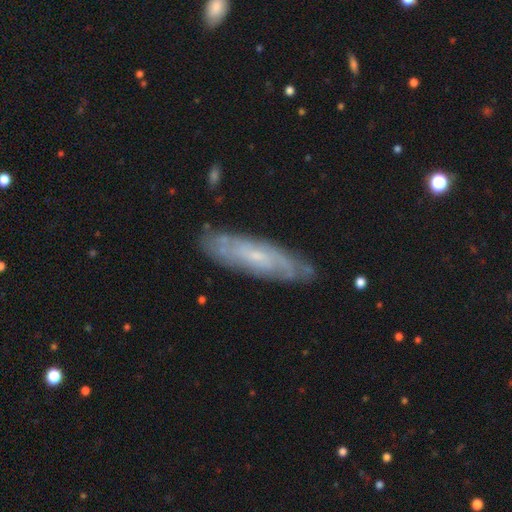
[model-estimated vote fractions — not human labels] Smooth or featured? Predicted: featured or disk (p=0.70). Edge-on disk? Predicted: no (p=0.71). Merging? Predicted: none (p=0.82).